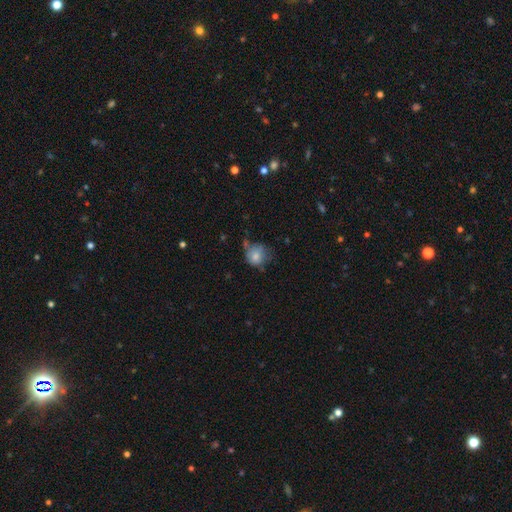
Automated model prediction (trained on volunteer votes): This appears to be a smooth galaxy with no disk features (75%) that is round (75%). Merging: none (47%).